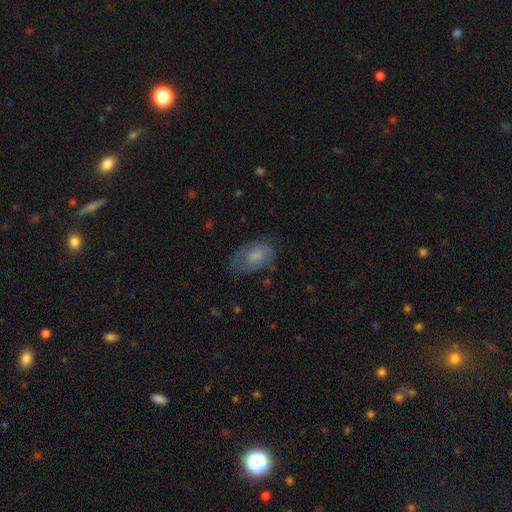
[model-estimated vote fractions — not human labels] Q: Smooth or featured?
A: smooth (62%); runner-up: featured or disk (29%)
Q: How rounded?
A: in between (89%); runner-up: round (10%)
Q: Merging?
A: none (56%); runner-up: minor disturbance (27%)